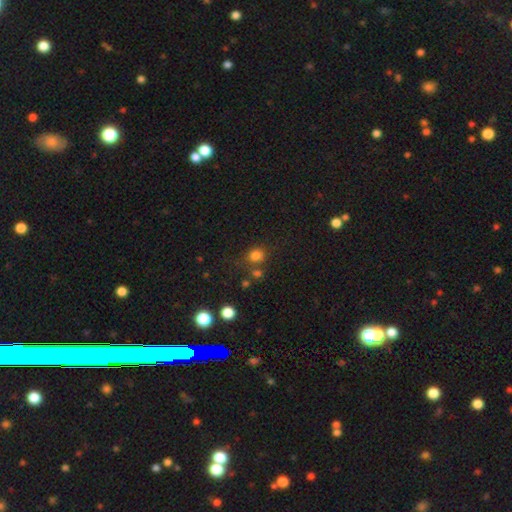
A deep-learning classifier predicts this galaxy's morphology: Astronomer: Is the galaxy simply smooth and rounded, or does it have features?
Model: smooth — 78%.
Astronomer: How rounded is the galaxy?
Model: round — 83%.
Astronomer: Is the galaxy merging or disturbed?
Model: none — 69%.